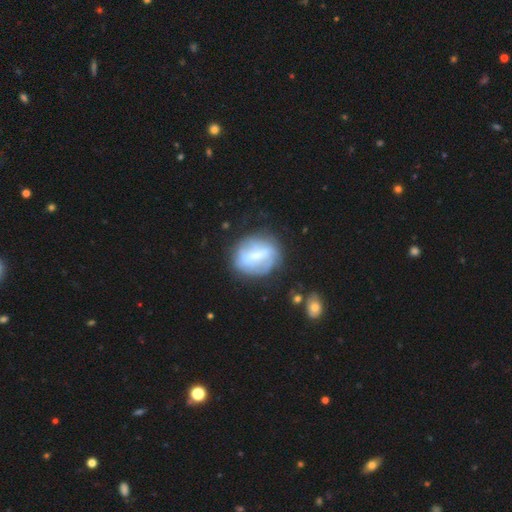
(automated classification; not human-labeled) Morphology: type=featured or disk (55%); edge-on=no (92%); bar=strong (59%); spiral arms=no (64%); bulge=small (34%); merging=none (68%).